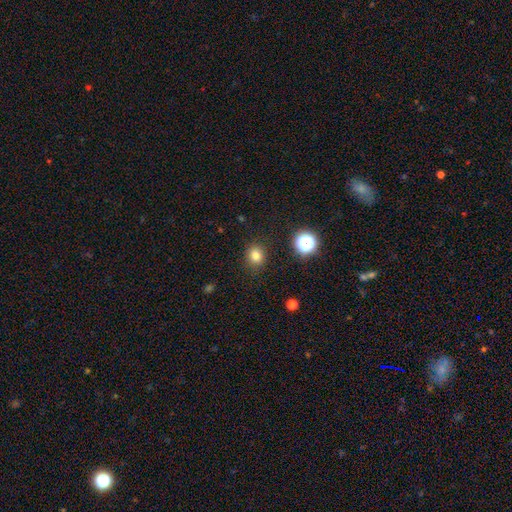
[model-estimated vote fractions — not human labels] Overall: smooth (80%). How rounded: round (74%). Merging: none (88%).